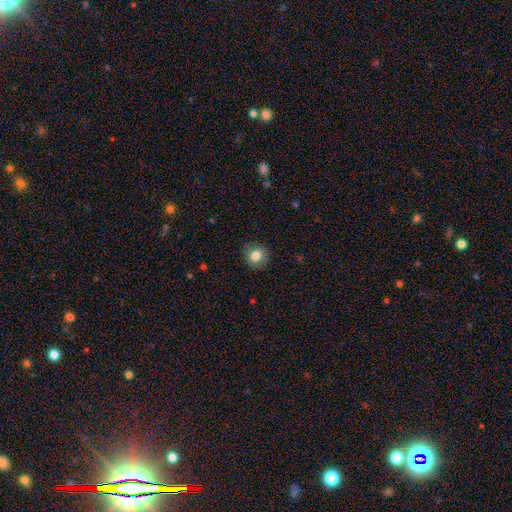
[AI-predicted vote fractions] This appears to be a smooth galaxy with no disk features (81%) that is round (86%). Merging: none (86%).